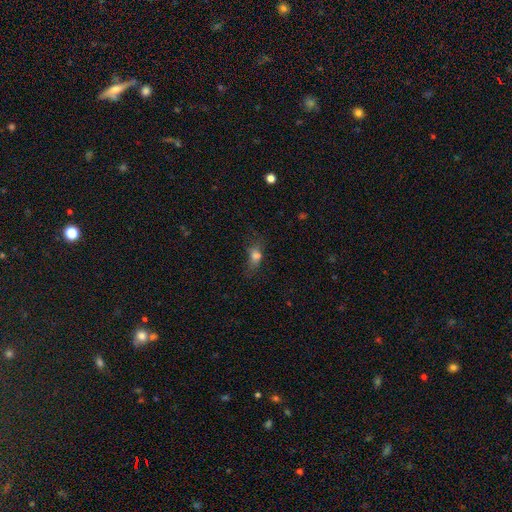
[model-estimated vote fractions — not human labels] Smooth or featured: smooth — 66% (featured or disk — 17%)
How rounded: in between — 66% (round — 21%)
Merging: none — 48% (minor disturbance — 25%)